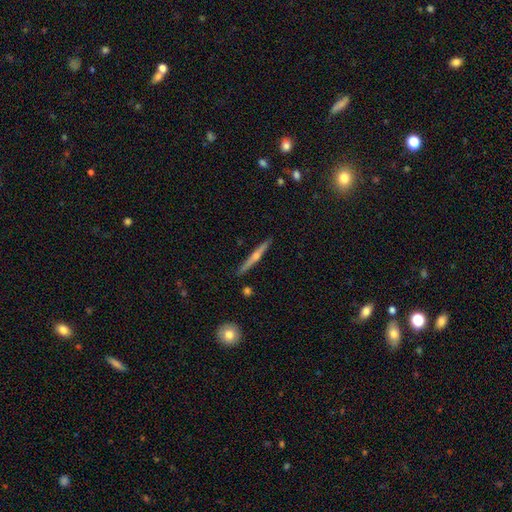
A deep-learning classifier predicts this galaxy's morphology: Smooth or featured: featured or disk — 70% (smooth — 24%)
Edge-on disk: yes — 98% (no — 2%)
Edge-on bulge: rounded — 80% (none — 16%)
Merging: none — 91% (minor disturbance — 7%)